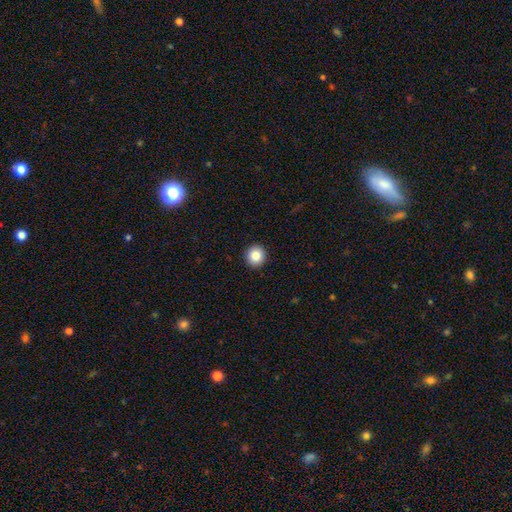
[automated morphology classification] This appears to be a smooth galaxy with no disk features (85%) that is round (93%). Merging: none (93%).